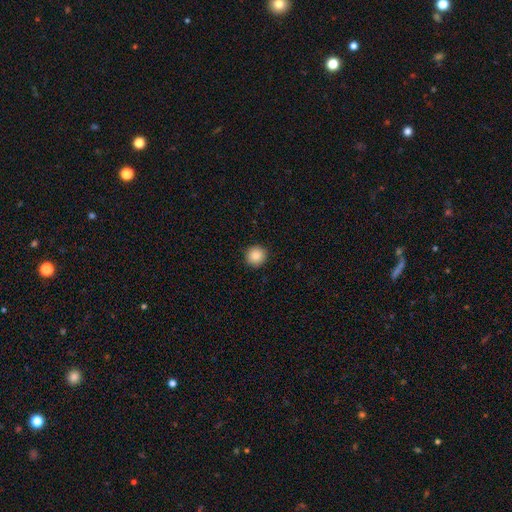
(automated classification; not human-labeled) Smooth or featured?
  - smooth: 87% *
  - star or artifact: 9%
  - featured or disk: 4%
How rounded?
  - round: 94% *
  - in between: 5%
  - cigar-shaped: 1%
Merging?
  - none: 92% *
  - minor disturbance: 5%
  - major disturbance: 2%
  - merger: 1%